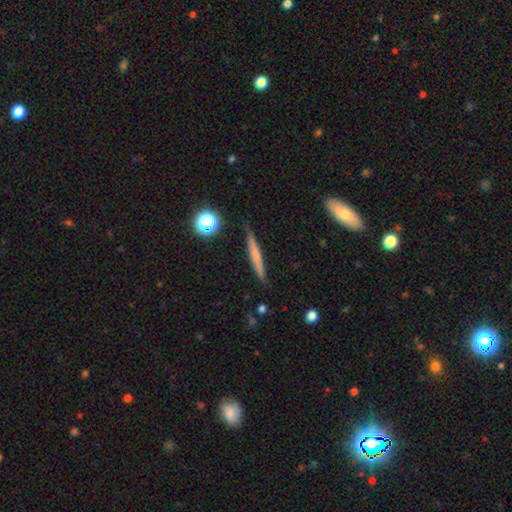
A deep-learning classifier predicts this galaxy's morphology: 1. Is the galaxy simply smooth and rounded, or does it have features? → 52% smooth, 40% featured or disk, 8% star or artifact.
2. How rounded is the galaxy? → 92% cigar-shaped, 4% in between, 3% round.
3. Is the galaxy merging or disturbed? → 85% none, 11% minor disturbance, 2% major disturbance, 2% merger.